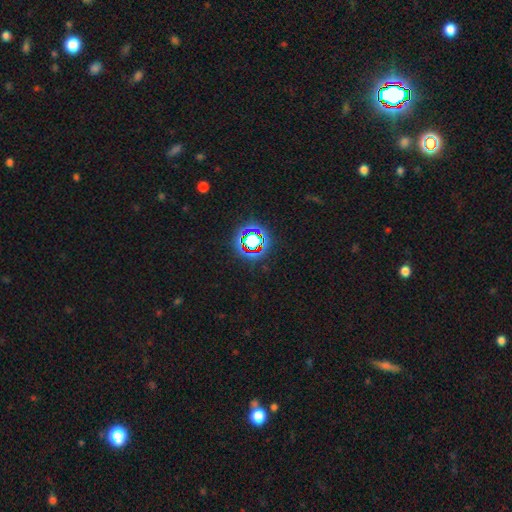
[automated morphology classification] Smooth or featured?
  - star or artifact: 79% *
  - smooth: 13%
  - featured or disk: 8%